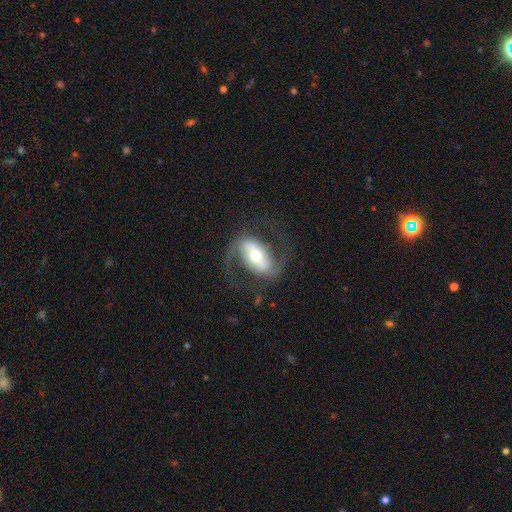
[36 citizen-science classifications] Smooth or featured? 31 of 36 (86%) said featured or disk. Edge-on disk? 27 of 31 (87%) said no. Bar? 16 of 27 (59%) said strong. Spiral arms? 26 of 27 (96%) said yes. Spiral winding? 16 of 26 (62%) said medium. Spiral arm count? 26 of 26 (100%) said 2. Bulge size? 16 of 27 (59%) said moderate. Merging? 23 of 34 (68%) said none.